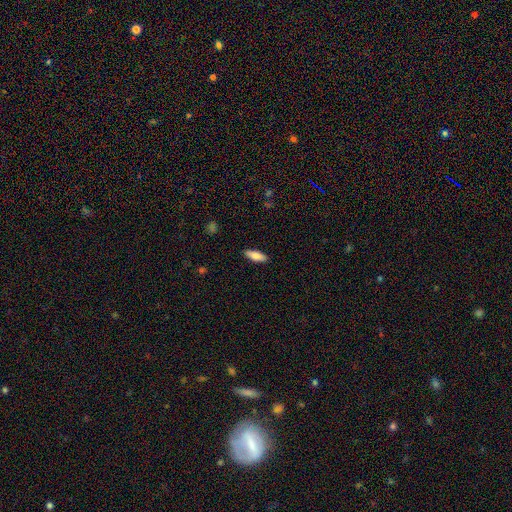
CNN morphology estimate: A smooth galaxy with no disk features (79%) that is in between round and cigar-shaped (59%).

Vote fractions:
- Smooth or featured? smooth: 79% / featured or disk: 15% / star or artifact: 6%
- How rounded? in between: 59% / cigar-shaped: 39% / round: 2%
- Merging? none: 90% / minor disturbance: 8% / major disturbance: 2% / merger: 1%